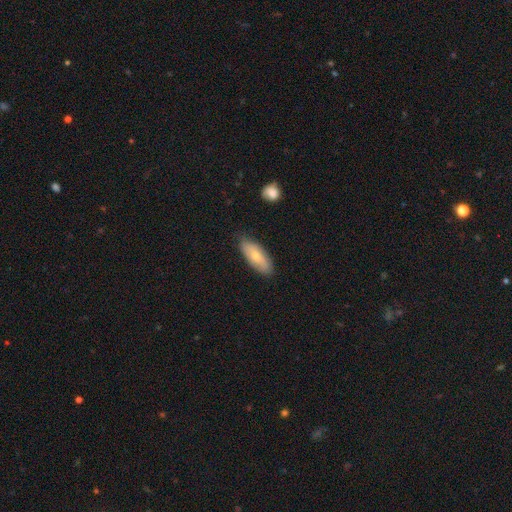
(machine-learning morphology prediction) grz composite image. It shows a smooth galaxy with no disk features (67%) that is in between round and cigar-shaped (78%). Merging: none (80%).